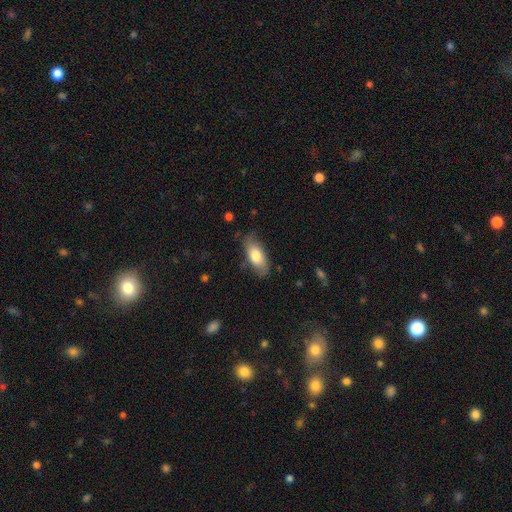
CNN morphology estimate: smooth 76%, featured or disk 18%, star or artifact 6%. Down the decision tree: how rounded — in between (84%); merging — none (79%).